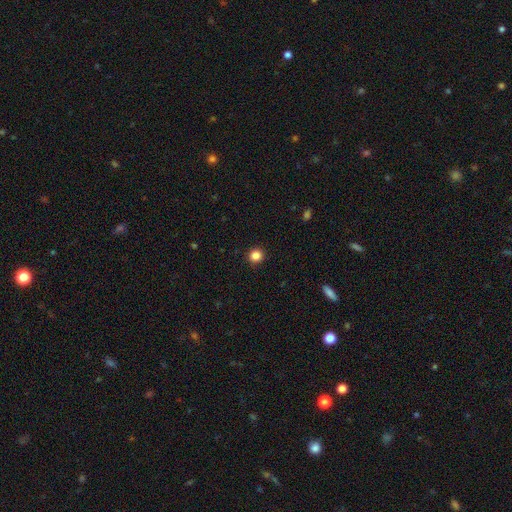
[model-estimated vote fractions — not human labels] smooth-or-featured: smooth: 85% | star or artifact: 11% | featured or disk: 4%
  how-rounded: round: 94% | in between: 5% | cigar-shaped: 1%
  merging: none: 93% | minor disturbance: 4% | major disturbance: 2% | merger: 1%